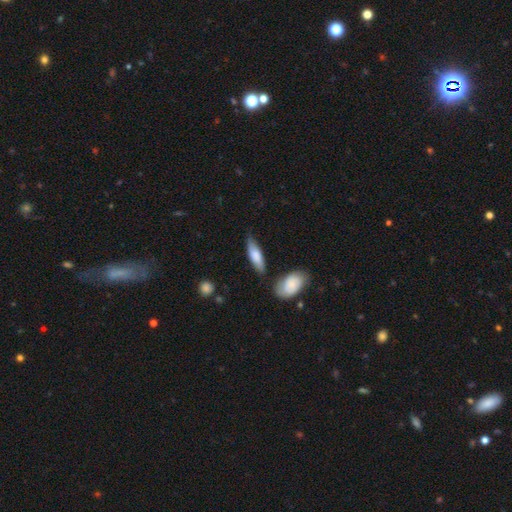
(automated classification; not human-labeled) Smooth or featured?
  - smooth: 69% *
  - featured or disk: 25%
  - star or artifact: 6%
How rounded?
  - cigar-shaped: 51% *
  - in between: 47%
  - round: 2%
Merging?
  - none: 67% *
  - minor disturbance: 21%
  - merger: 7%
  - major disturbance: 5%